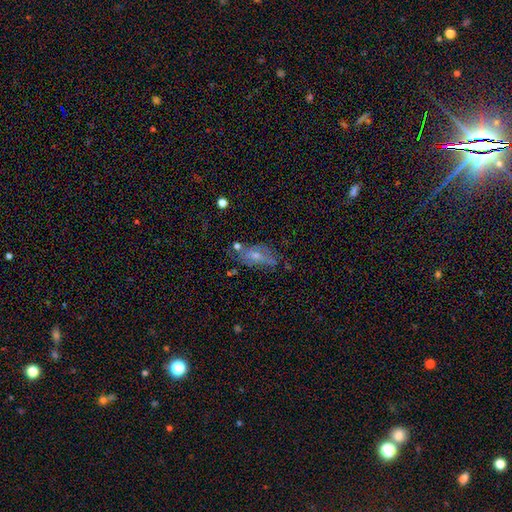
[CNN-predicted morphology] Smooth or featured?
  - featured or disk: 49% *
  - smooth: 38%
  - star or artifact: 13%
Merging?
  - none: 51% *
  - minor disturbance: 25%
  - major disturbance: 14%
  - merger: 10%